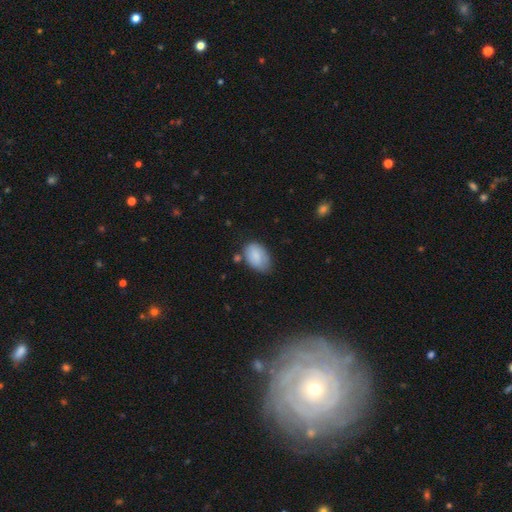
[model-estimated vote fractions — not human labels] smooth_or_featured: smooth (p=0.81) [alt: featured or disk p=0.12]
how_rounded: in between (p=0.89) [alt: round p=0.10]
merging: none (p=0.55) [alt: minor disturbance p=0.31]